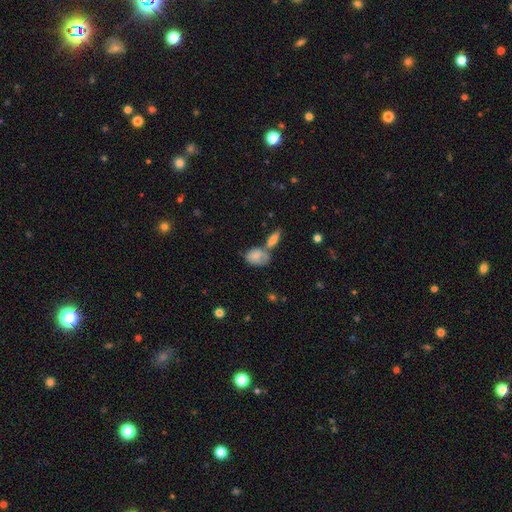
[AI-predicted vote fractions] The model was most divided on "merging": merger: 37%, none: 35%, minor disturbance: 20%, major disturbance: 9%. More confident: how rounded — in between (84%); smooth or featured — smooth (78%).